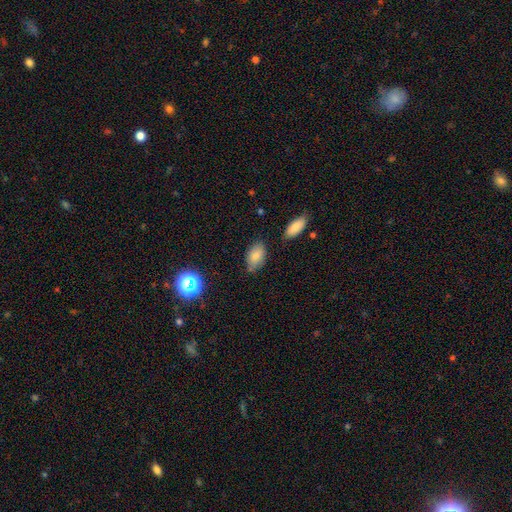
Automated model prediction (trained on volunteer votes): A smooth galaxy with no disk features (79%) that is in between round and cigar-shaped (90%). Merging: none (74%).